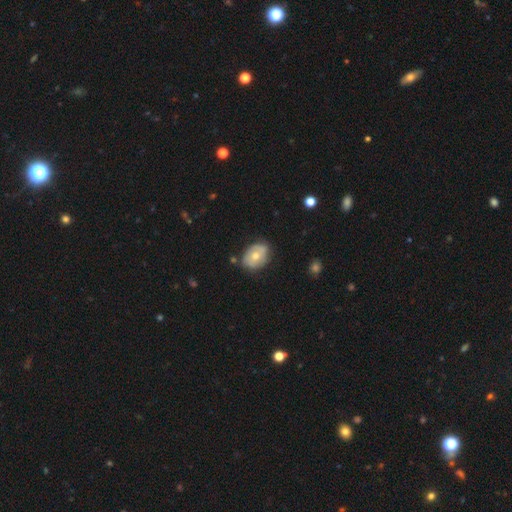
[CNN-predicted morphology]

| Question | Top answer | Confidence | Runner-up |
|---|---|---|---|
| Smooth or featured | smooth | 57% | featured or disk (36%) |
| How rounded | in between | 70% | round (29%) |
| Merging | none | 72% | minor disturbance (21%) |